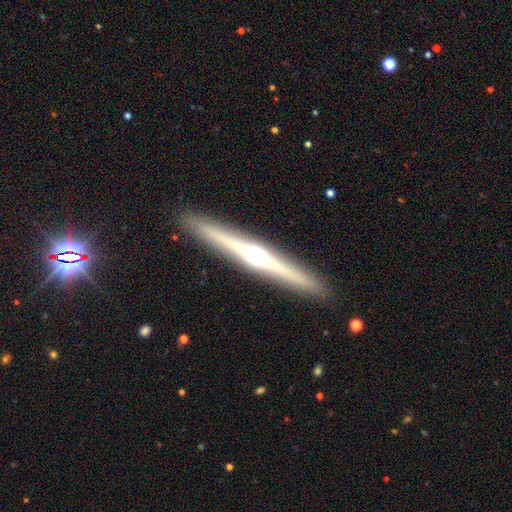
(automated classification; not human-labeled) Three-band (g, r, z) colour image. It shows a featured or disk galaxy (79%) viewed edge-on (98%) with a rounded central bulge (90%). Merging: none (92%).